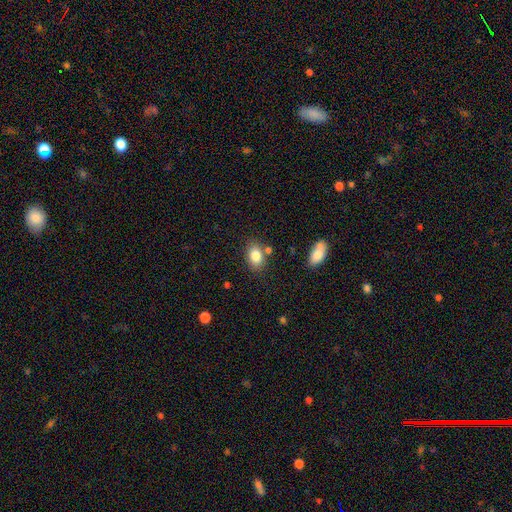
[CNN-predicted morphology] Smooth or featured? smooth (83%)
How rounded? in between (80%)
Merging? none (75%)